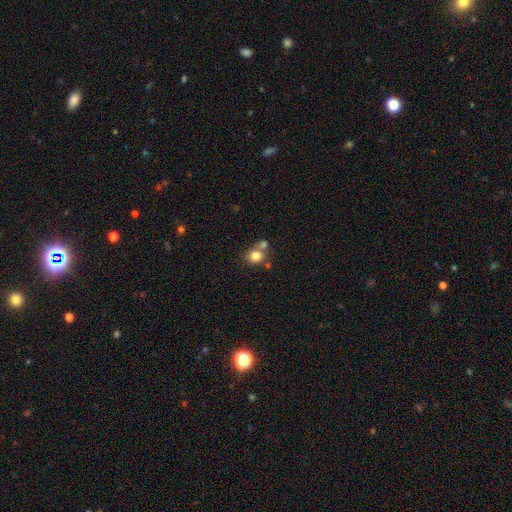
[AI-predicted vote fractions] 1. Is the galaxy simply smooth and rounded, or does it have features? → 80% smooth, 11% star or artifact, 9% featured or disk.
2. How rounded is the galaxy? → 80% round, 19% in between, 1% cigar-shaped.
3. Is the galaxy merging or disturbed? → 49% none, 38% merger, 9% minor disturbance, 4% major disturbance.